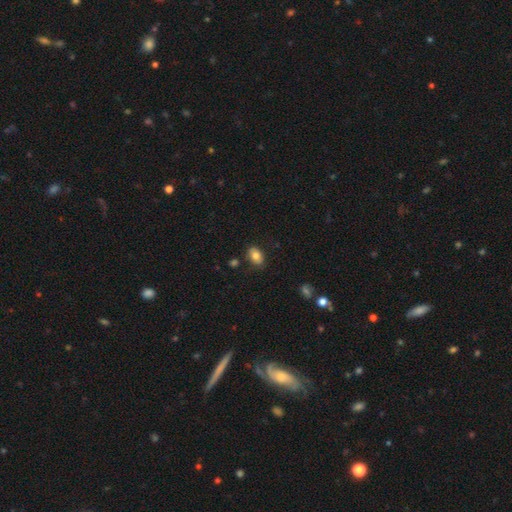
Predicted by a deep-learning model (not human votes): A smooth galaxy with no disk features (80%) that is in between round and cigar-shaped (84%). Merging: none (81%).